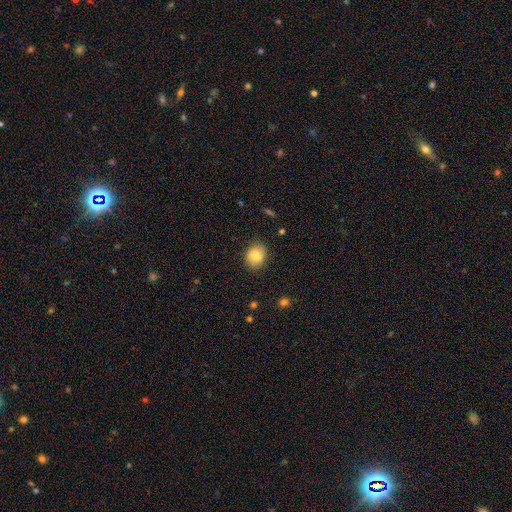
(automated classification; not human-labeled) A smooth galaxy with no disk features (82%) that is round (61%). Merging: none (86%).